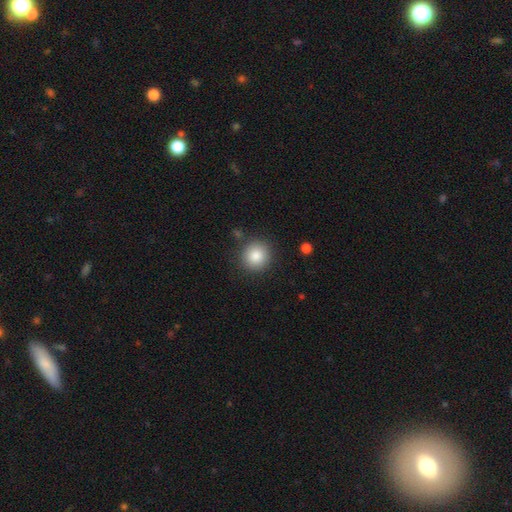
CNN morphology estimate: Smooth or featured?
  - smooth: 85% *
  - star or artifact: 9%
  - featured or disk: 6%
How rounded?
  - round: 91% *
  - in between: 8%
  - cigar-shaped: 1%
Merging?
  - none: 87% *
  - minor disturbance: 8%
  - major disturbance: 3%
  - merger: 2%